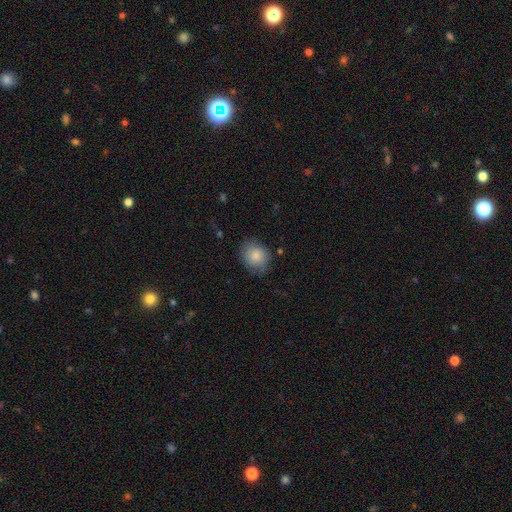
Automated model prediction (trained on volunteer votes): Q: Smooth or featured?
A: smooth (85%); runner-up: featured or disk (8%)
Q: How rounded?
A: round (63%); runner-up: in between (36%)
Q: Merging?
A: none (76%); runner-up: minor disturbance (18%)